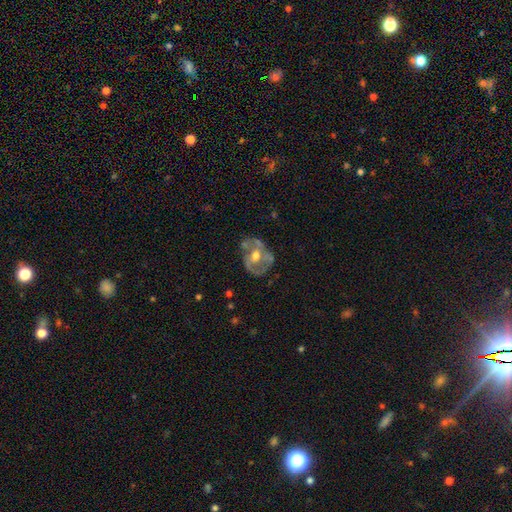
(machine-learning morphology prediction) The model was most divided on "spiral arms": no: 57%, yes: 43%. More confident: edge-on disk — no (96%); smooth or featured — featured or disk (70%); bulge size — moderate (69%); bar — no (63%); merging — none (56%).